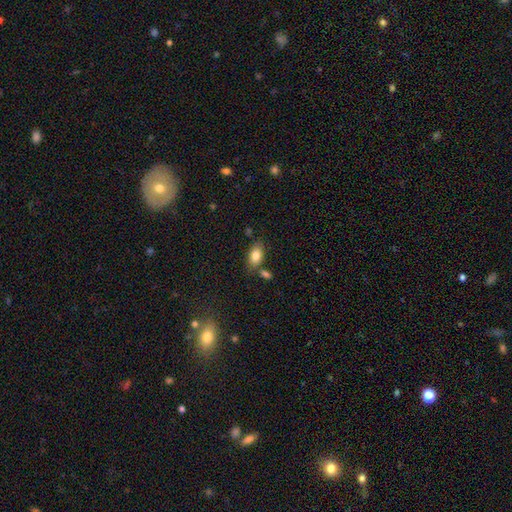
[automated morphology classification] A smooth galaxy with no disk features (82%) that is in between round and cigar-shaped (90%).

Vote fractions:
- Smooth or featured? smooth: 82% / featured or disk: 11% / star or artifact: 8%
- How rounded? in between: 90% / round: 7% / cigar-shaped: 3%
- Merging? none: 73% / minor disturbance: 14% / merger: 10% / major disturbance: 3%